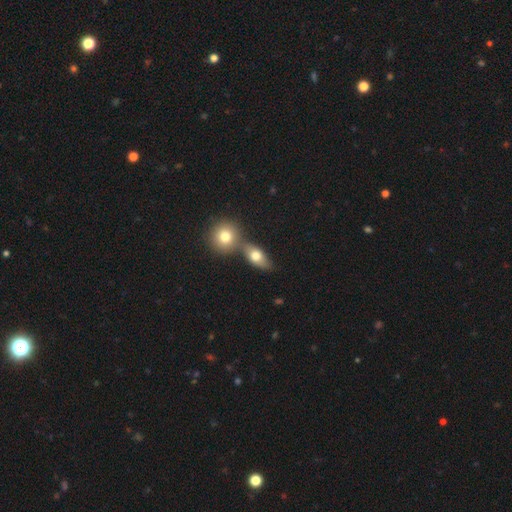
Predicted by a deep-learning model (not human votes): A smooth galaxy with no disk features (71%) that is in between round and cigar-shaped (73%). Merging: none (47%).